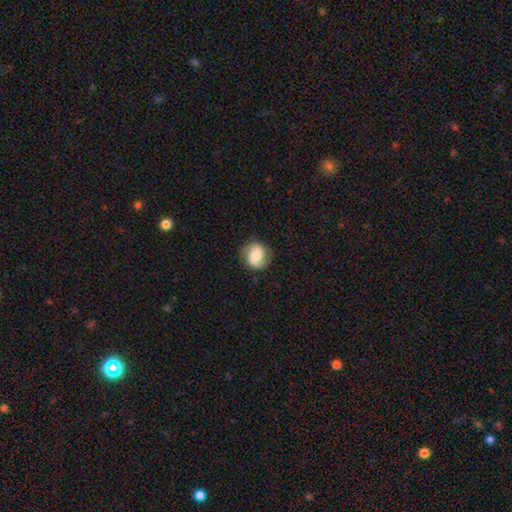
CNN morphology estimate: Smooth or featured? smooth (54%)
How rounded? round (79%)
Merging? none (79%)